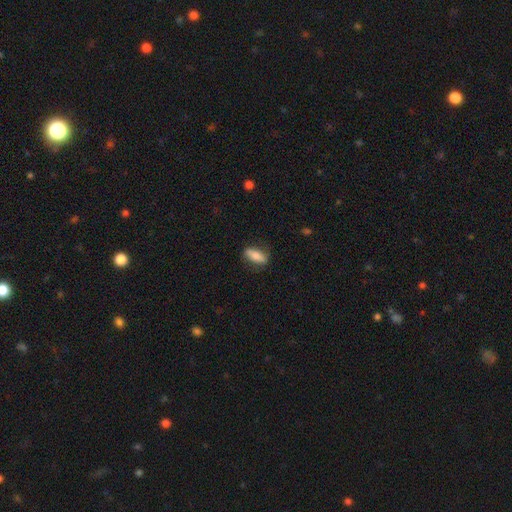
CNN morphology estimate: Q: Smooth or featured?
A: smooth (78%); runner-up: featured or disk (16%)
Q: How rounded?
A: in between (70%); runner-up: cigar-shaped (26%)
Q: Merging?
A: none (79%); runner-up: minor disturbance (16%)